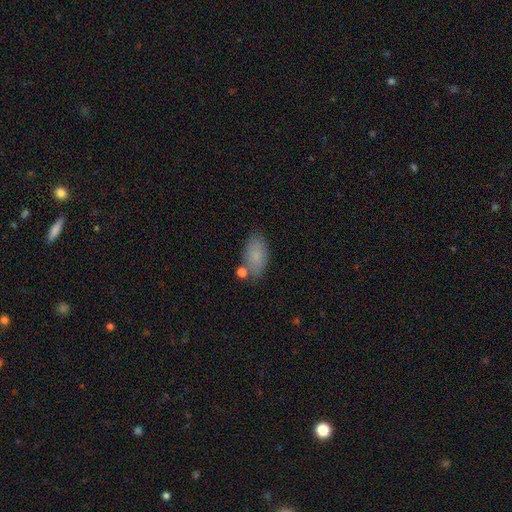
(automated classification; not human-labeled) smooth-or-featured: smooth: 81% | featured or disk: 11% | star or artifact: 8%
  how-rounded: in between: 92% | round: 5% | cigar-shaped: 3%
  merging: none: 70% | minor disturbance: 16% | merger: 9% | major disturbance: 4%